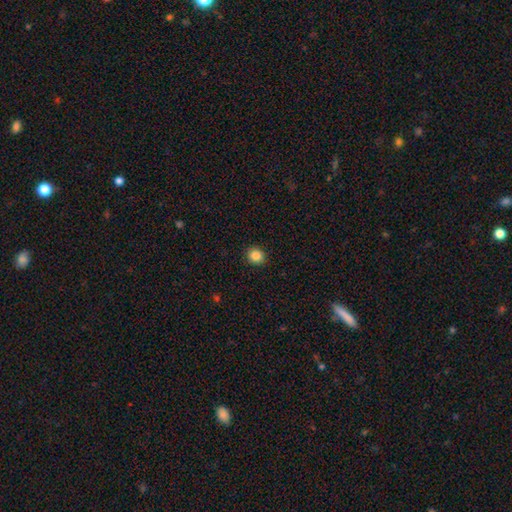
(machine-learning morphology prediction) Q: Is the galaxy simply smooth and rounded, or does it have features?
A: smooth — 86%.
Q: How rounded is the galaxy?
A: round — 83%.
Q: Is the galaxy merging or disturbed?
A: none — 91%.